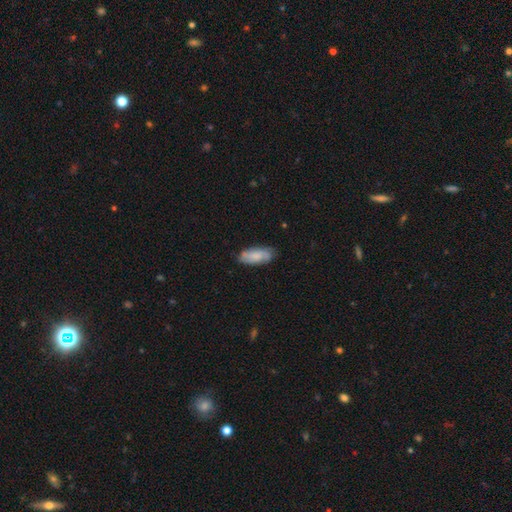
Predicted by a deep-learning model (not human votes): A smooth galaxy with no disk features (66%) that is in between round and cigar-shaped (81%).

Vote fractions:
- Smooth or featured? smooth: 66% / featured or disk: 27% / star or artifact: 7%
- How rounded? in between: 81% / cigar-shaped: 17% / round: 2%
- Merging? none: 73% / minor disturbance: 21% / major disturbance: 5% / merger: 2%